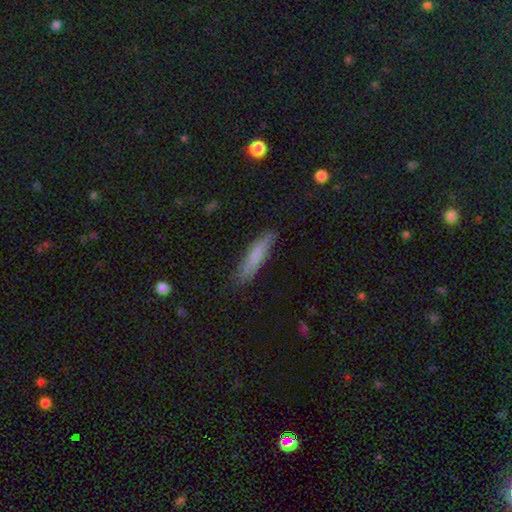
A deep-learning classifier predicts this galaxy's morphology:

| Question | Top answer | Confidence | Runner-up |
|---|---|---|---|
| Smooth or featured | smooth | 77% | featured or disk (17%) |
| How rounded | cigar-shaped | 85% | in between (14%) |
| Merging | none | 83% | minor disturbance (14%) |